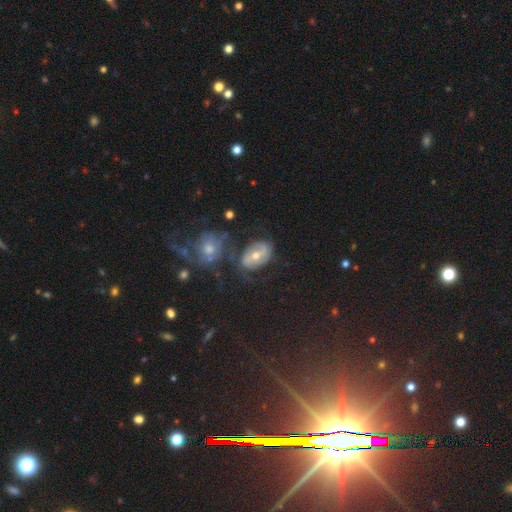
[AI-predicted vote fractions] smooth_or_featured: featured or disk (p=0.60) [alt: smooth p=0.31]
disk_edge_on: no (p=0.95) [alt: yes p=0.05]
bar: weak (p=0.39) [alt: no p=0.33]
has_spiral_arms: yes (p=0.70) [alt: no p=0.30]
bulge_size: moderate (p=0.72) [alt: small p=0.22]
merging: none (p=0.64) [alt: minor disturbance p=0.20]